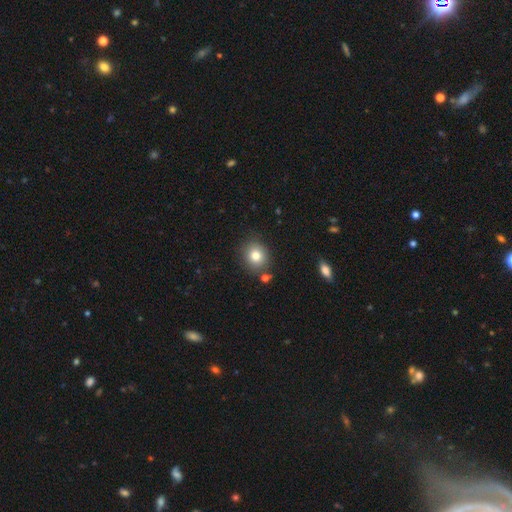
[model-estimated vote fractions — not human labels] Smooth or featured?
  - smooth: 80% *
  - star or artifact: 11%
  - featured or disk: 9%
How rounded?
  - round: 76% *
  - in between: 23%
  - cigar-shaped: 1%
Merging?
  - none: 82% *
  - minor disturbance: 10%
  - merger: 5%
  - major disturbance: 3%